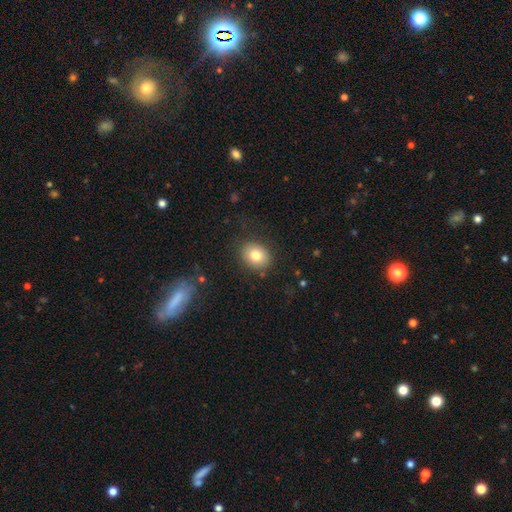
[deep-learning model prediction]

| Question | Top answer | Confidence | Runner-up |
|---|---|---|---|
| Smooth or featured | smooth | 79% | featured or disk (12%) |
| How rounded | round | 50% | in between (49%) |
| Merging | none | 84% | minor disturbance (11%) |